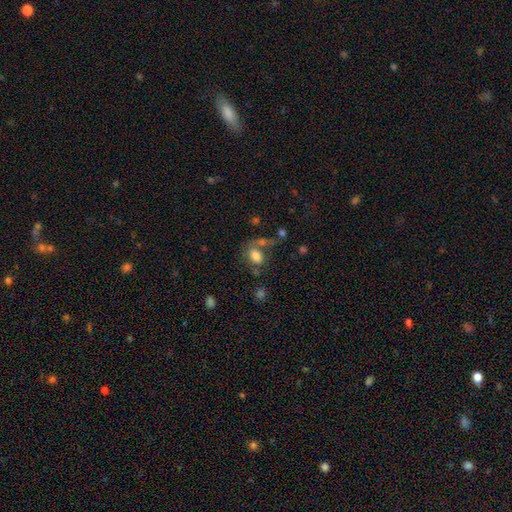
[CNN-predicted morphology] Smooth or featured? smooth (77%)
How rounded? in between (75%)
Merging? none (45%)